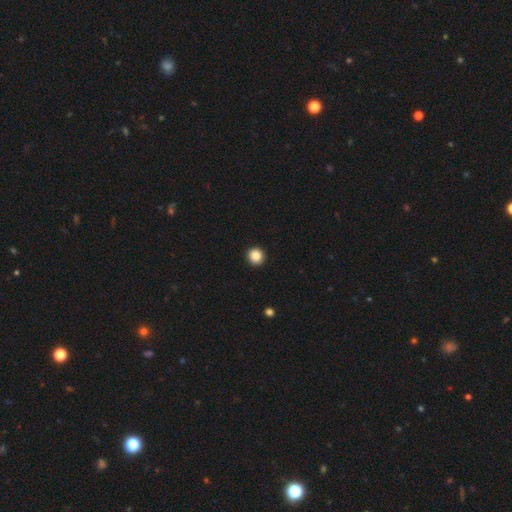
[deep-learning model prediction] smooth_or_featured: smooth (p=0.87) [alt: star or artifact p=0.09]
how_rounded: round (p=0.93) [alt: in between p=0.06]
merging: none (p=0.93) [alt: minor disturbance p=0.04]